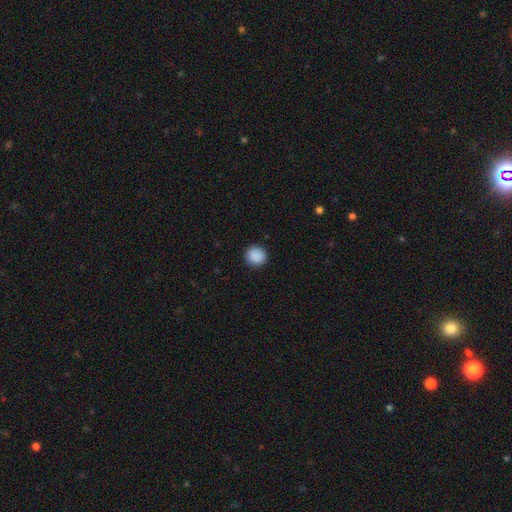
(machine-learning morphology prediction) Q: Smooth or featured?
A: smooth (90%); runner-up: star or artifact (8%)
Q: How rounded?
A: round (91%); runner-up: in between (8%)
Q: Merging?
A: none (92%); runner-up: minor disturbance (6%)